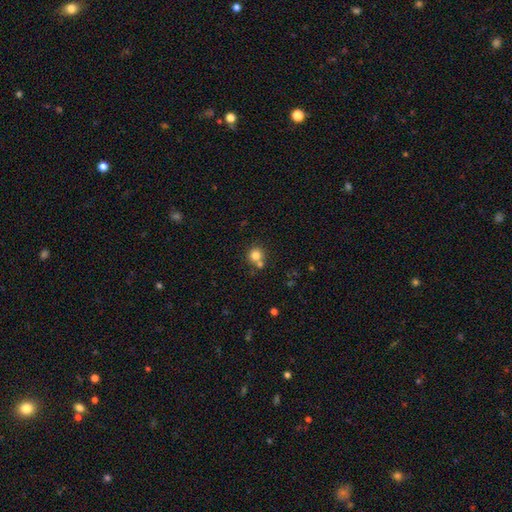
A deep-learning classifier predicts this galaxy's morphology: Smooth or featured: smooth — 80% (star or artifact — 12%)
How rounded: round — 91% (in between — 8%)
Merging: none — 61% (merger — 28%)